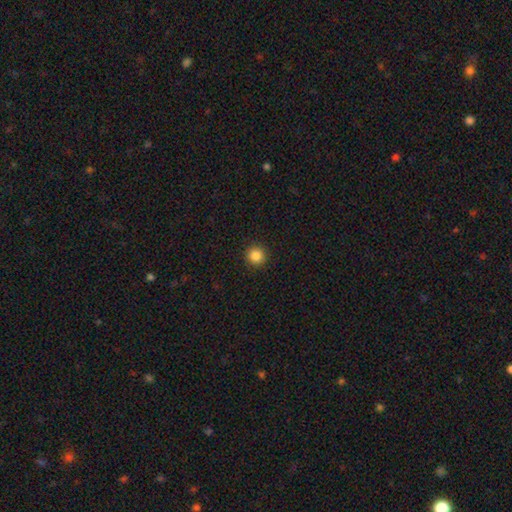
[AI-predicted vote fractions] Q: Smooth or featured?
A: smooth (86%); runner-up: star or artifact (11%)
Q: How rounded?
A: round (95%); runner-up: in between (4%)
Q: Merging?
A: none (93%); runner-up: minor disturbance (5%)